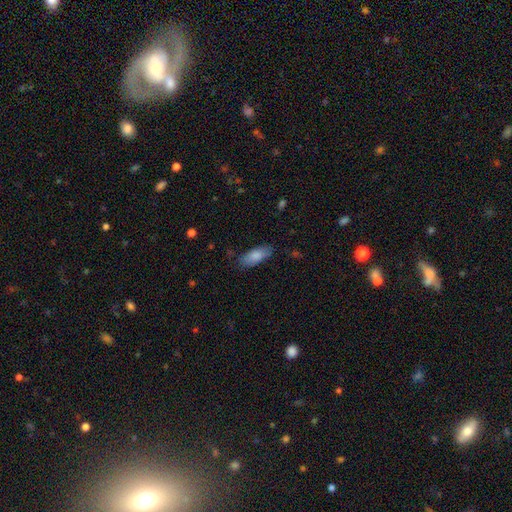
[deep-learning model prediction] Smooth or featured? Predicted: smooth (p=0.84). How rounded? Predicted: in between (p=0.75). Merging? Predicted: none (p=0.79).